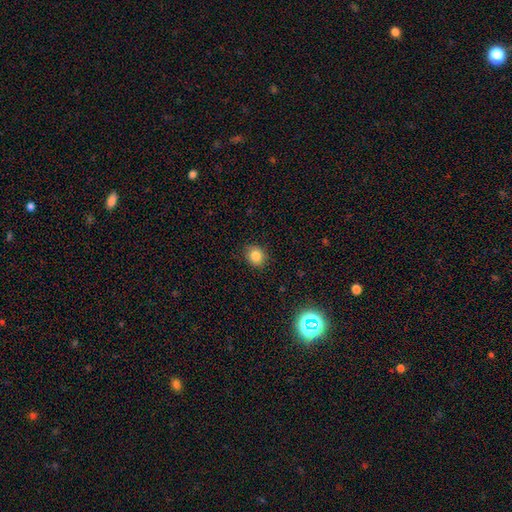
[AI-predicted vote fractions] Smooth or featured? Predicted: smooth (p=0.83). How rounded? Predicted: round (p=0.73). Merging? Predicted: none (p=0.88).